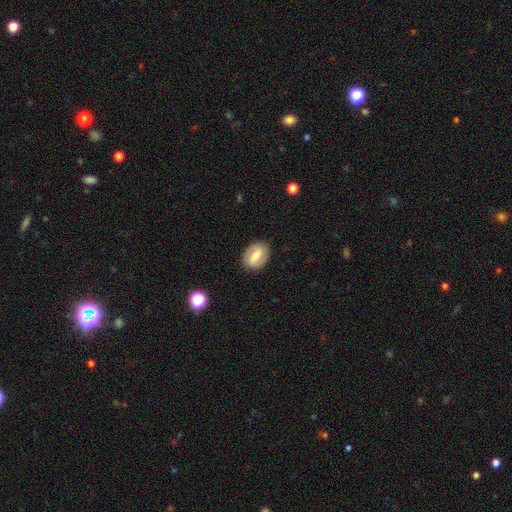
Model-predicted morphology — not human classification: This appears to be a smooth galaxy with no disk features (53%) that is in between round and cigar-shaped (76%). Merging: none (86%).